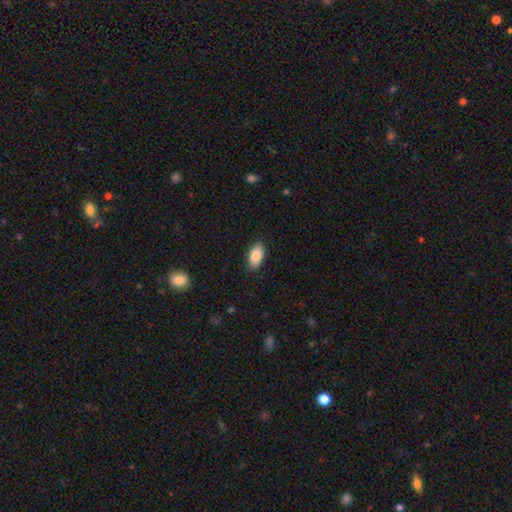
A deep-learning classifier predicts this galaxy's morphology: Smooth or featured?
  - smooth: 84% *
  - featured or disk: 10%
  - star or artifact: 7%
How rounded?
  - in between: 94% *
  - round: 3%
  - cigar-shaped: 3%
Merging?
  - none: 88% *
  - minor disturbance: 10%
  - major disturbance: 2%
  - merger: 1%